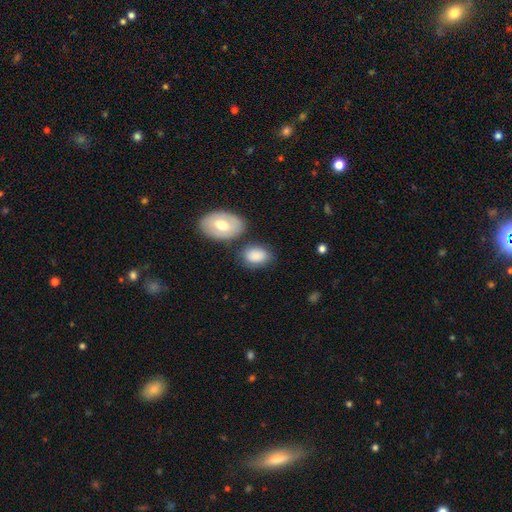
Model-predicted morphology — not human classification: This appears to be a smooth galaxy with no disk features (82%) that is in between round and cigar-shaped (81%). Merging: none (60%).